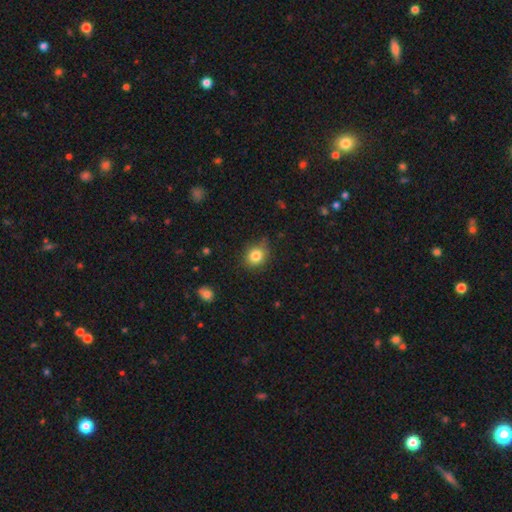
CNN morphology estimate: Overall: smooth (83%). How rounded: round (74%). Merging: none (81%).